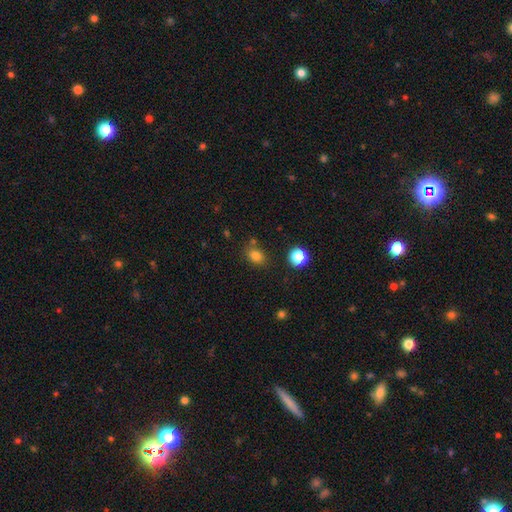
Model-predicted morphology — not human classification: smooth 80%, star or artifact 14%, featured or disk 7%. Down the decision tree: how rounded — in between (57%); merging — none (75%).